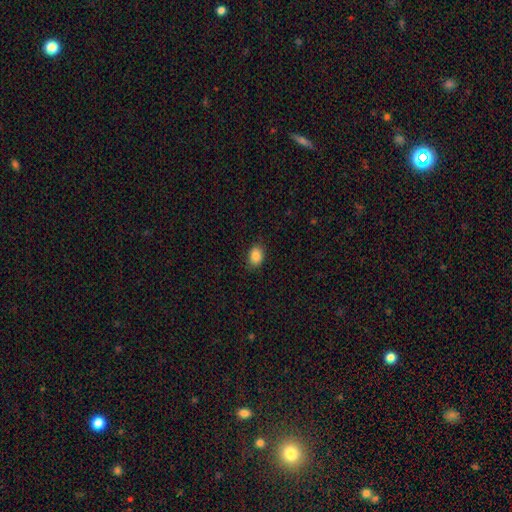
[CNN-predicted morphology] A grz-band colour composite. It shows a smooth galaxy with no disk features (86%) that is in between round and cigar-shaped (71%). Merging: none (85%).